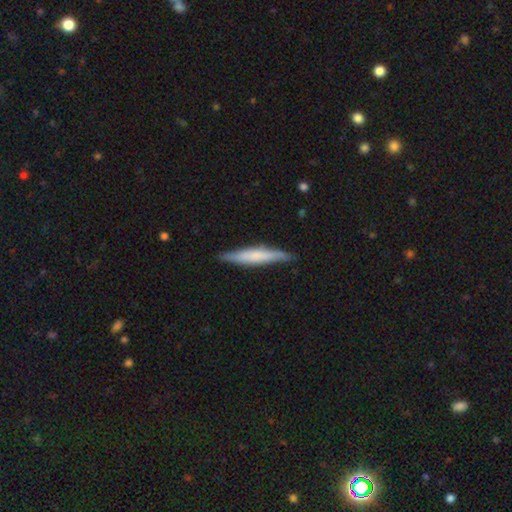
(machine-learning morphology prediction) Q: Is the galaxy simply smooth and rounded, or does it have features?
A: smooth — 55%.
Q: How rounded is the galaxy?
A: cigar-shaped — 93%.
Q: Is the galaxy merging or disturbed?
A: none — 86%.